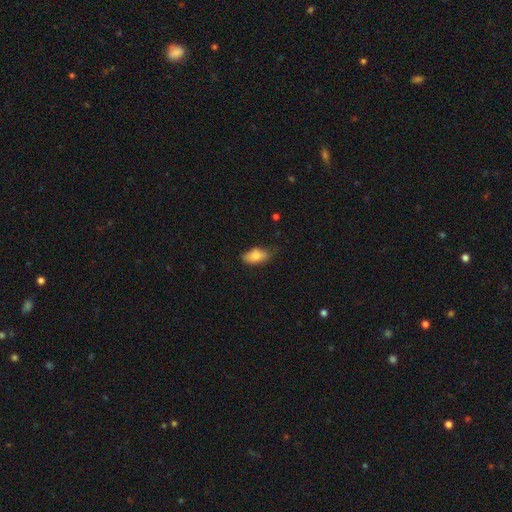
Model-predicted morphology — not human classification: A smooth galaxy with no disk features (80%) that is in between round and cigar-shaped (89%). Merging: none (66%).